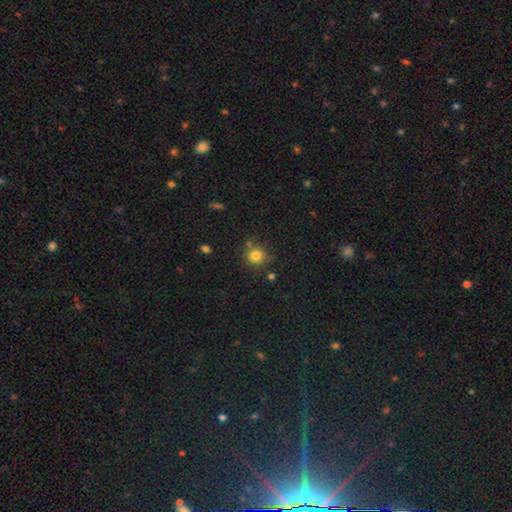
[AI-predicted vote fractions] smooth 82%, star or artifact 12%, featured or disk 6%. Down the decision tree: how rounded — round (90%); merging — none (77%).